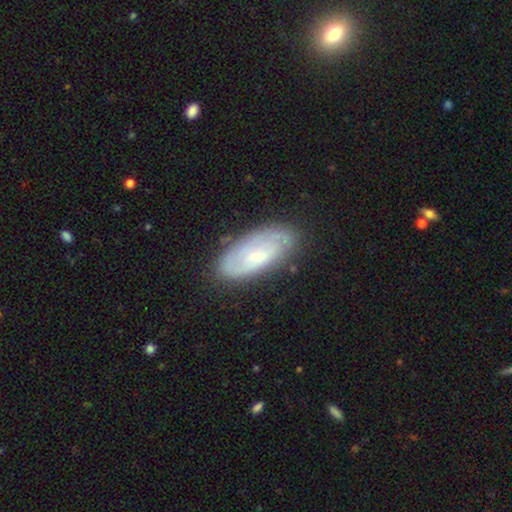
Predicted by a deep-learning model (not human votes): featured or disk 60%, smooth 34%, star or artifact 6%. Down the decision tree: edge-on disk — no (90%); bar — no (54%); spiral arms — yes (78%); bulge size — small (53%); merging — none (77%).